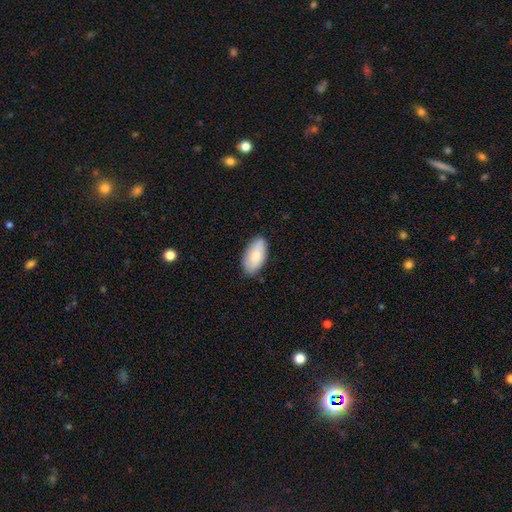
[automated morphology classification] Smooth or featured? smooth (83%)
How rounded? in between (94%)
Merging? none (84%)